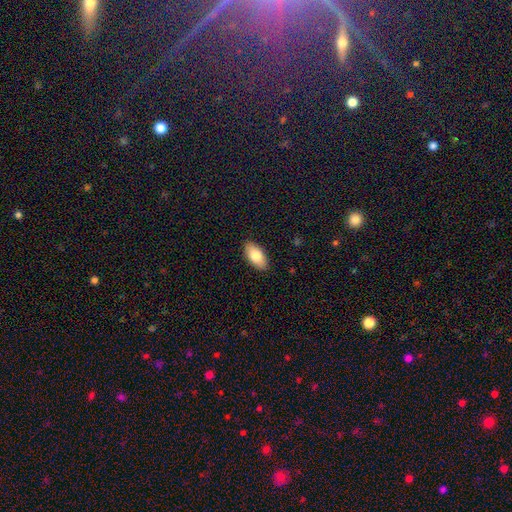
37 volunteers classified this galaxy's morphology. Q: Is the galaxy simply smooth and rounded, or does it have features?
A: smooth — 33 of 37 (89%).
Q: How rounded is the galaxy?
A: in between — 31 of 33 (94%).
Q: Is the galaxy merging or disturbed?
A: none — 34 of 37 (92%).